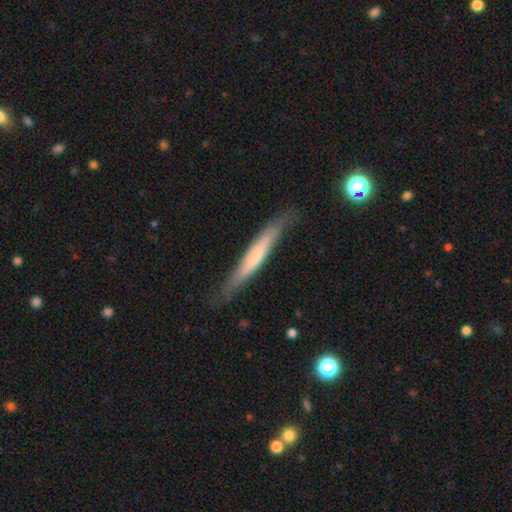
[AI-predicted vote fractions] Smooth or featured? Predicted: smooth (p=0.49). Merging? Predicted: none (p=0.79).